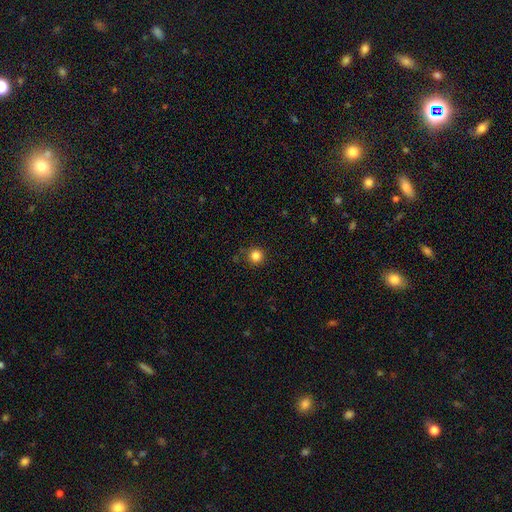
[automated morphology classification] Smooth or featured?
  - smooth: 84% *
  - star or artifact: 12%
  - featured or disk: 4%
How rounded?
  - round: 95% *
  - in between: 4%
  - cigar-shaped: 1%
Merging?
  - none: 86% *
  - minor disturbance: 9%
  - major disturbance: 3%
  - merger: 2%